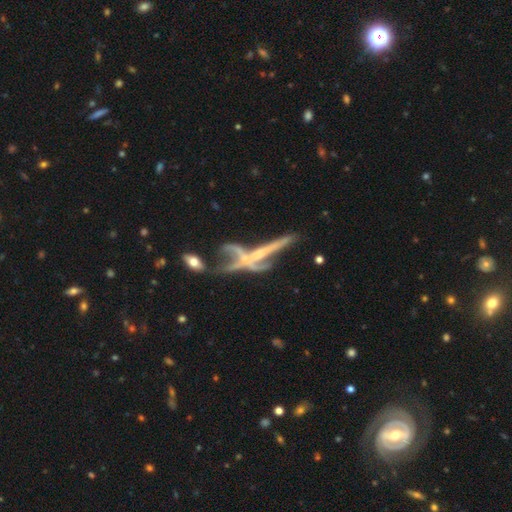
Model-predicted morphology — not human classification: This appears to be a featured or disk galaxy (70%) viewed edge-on (67%). Merging: merger (48%).